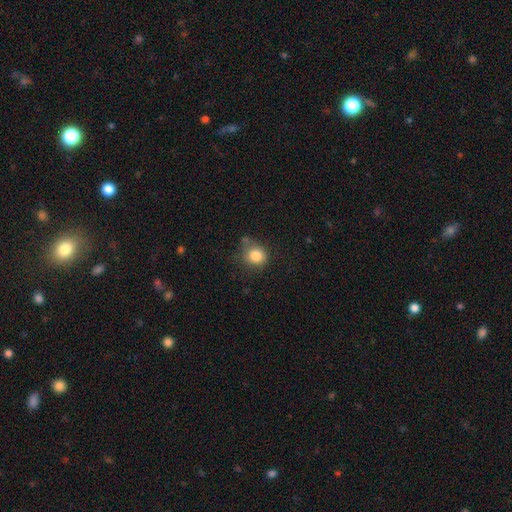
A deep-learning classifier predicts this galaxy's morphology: Smooth or featured? smooth (83%)
How rounded? round (82%)
Merging? none (65%)